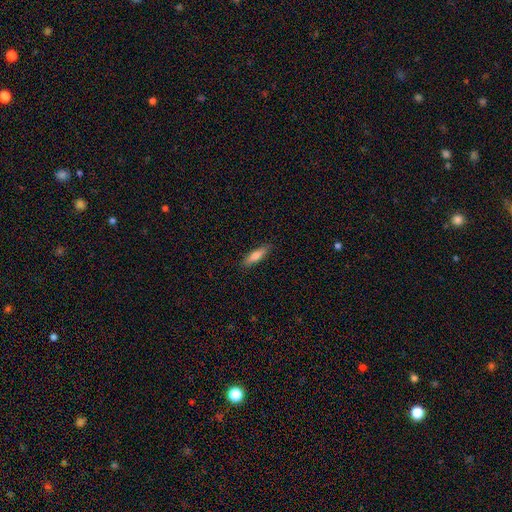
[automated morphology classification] This is likely a smooth galaxy (74%). How rounded: likely cigar-shaped (61%). Merging: clearly none (87%).